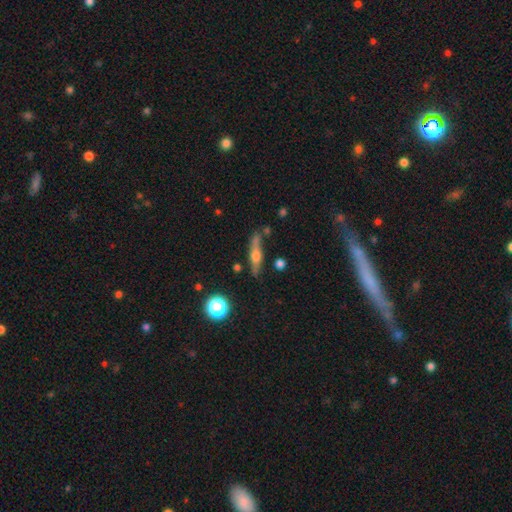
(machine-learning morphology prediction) featured or disk 53%, smooth 38%, star or artifact 9%. Down the decision tree: edge-on disk — yes (90%); merging — none (76%).